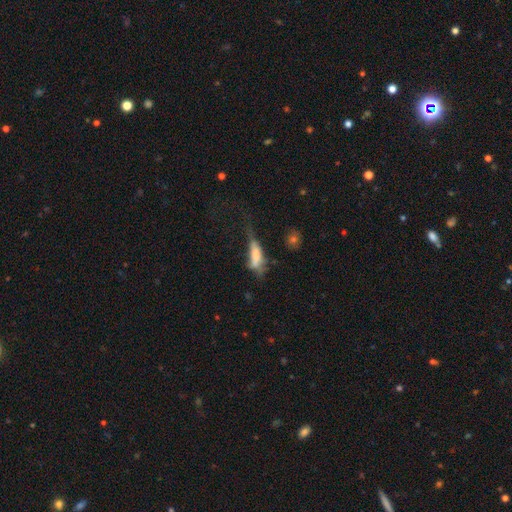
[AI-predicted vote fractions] Morphology: type=smooth (61%); roundness=in between (55%); merging=major disturbance (43%).